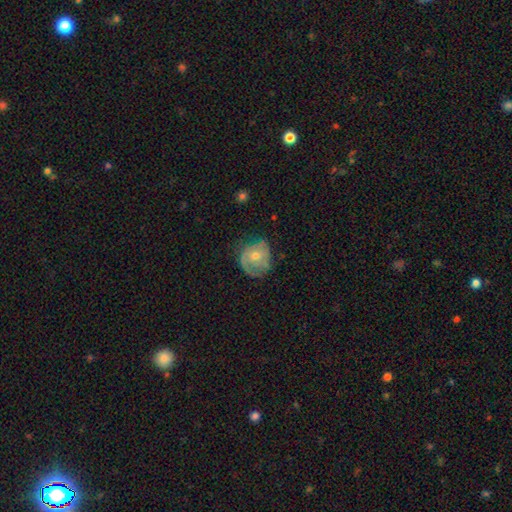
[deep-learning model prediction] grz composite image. It shows a featured or disk galaxy (60%) with no bar (77%), spiral arms (78%) and a moderate central bulge (51%). Merging: none (58%).